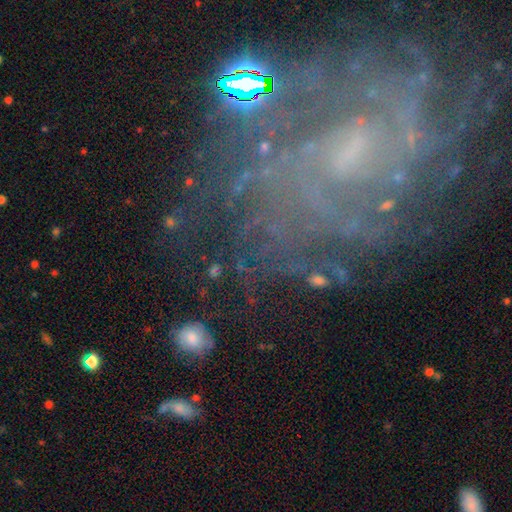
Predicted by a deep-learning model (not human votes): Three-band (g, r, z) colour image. It shows a featured or disk galaxy (73%) with a weak bar (43%), tight (59%) spiral arms (86%) and a small central bulge (46%). Merging: none (69%).